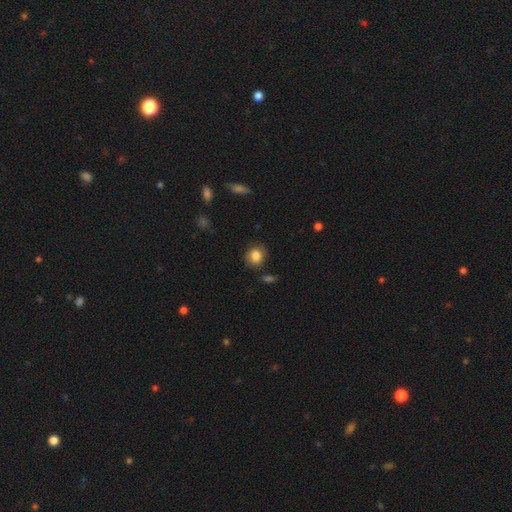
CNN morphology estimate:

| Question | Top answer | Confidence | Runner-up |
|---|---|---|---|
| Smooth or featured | smooth | 85% | star or artifact (9%) |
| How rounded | round | 67% | in between (32%) |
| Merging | none | 80% | minor disturbance (14%) |